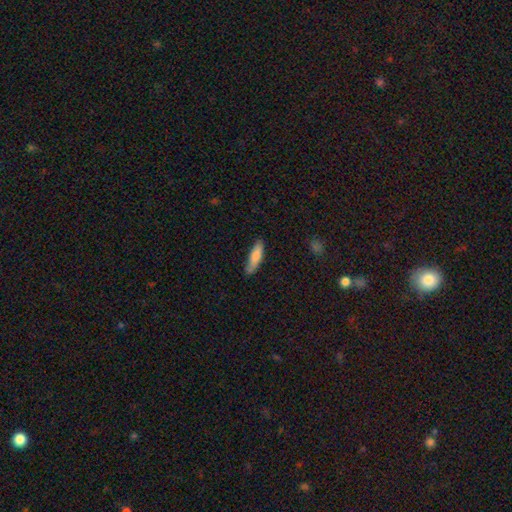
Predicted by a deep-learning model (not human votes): The model was most divided on "how rounded": cigar-shaped: 68%, in between: 30%, round: 1%. More confident: smooth or featured — smooth (80%); merging — none (71%).